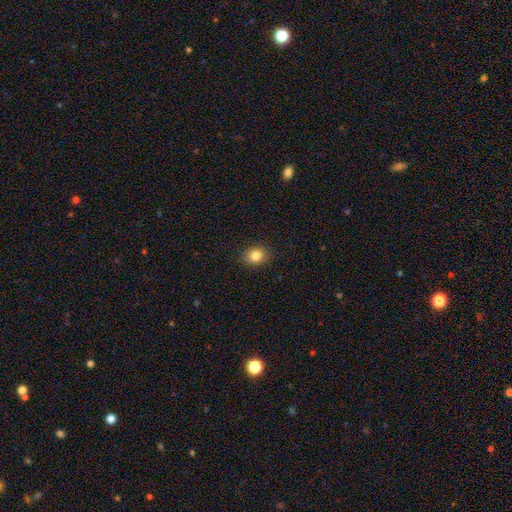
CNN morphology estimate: Q: Smooth or featured?
A: smooth (84%); runner-up: star or artifact (10%)
Q: How rounded?
A: round (56%); runner-up: in between (43%)
Q: Merging?
A: none (89%); runner-up: minor disturbance (8%)